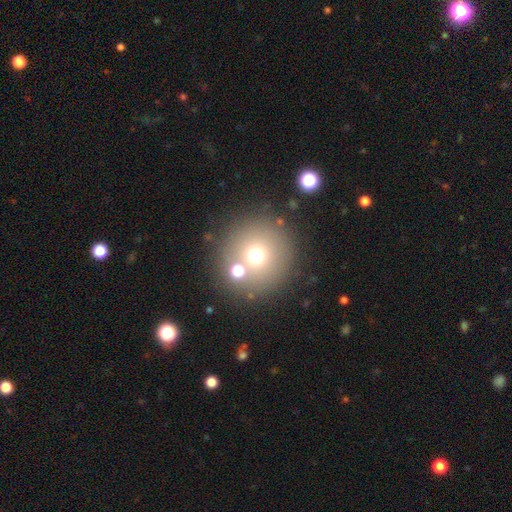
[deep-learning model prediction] smooth_or_featured: smooth (p=0.65) [alt: star or artifact p=0.21]
how_rounded: round (p=0.94) [alt: in between p=0.05]
merging: none (p=0.77) [alt: merger p=0.11]